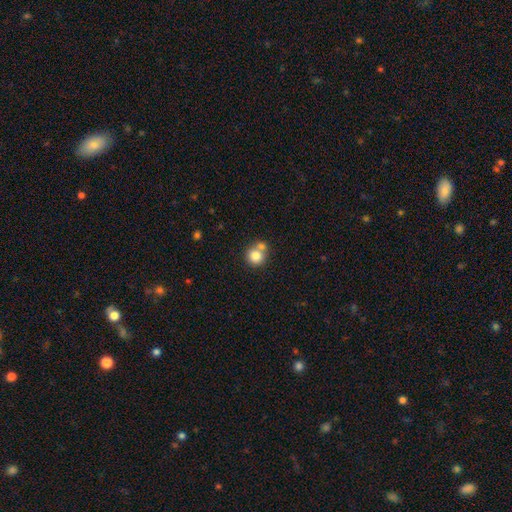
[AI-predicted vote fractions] Smooth or featured?
  - smooth: 81% *
  - star or artifact: 10%
  - featured or disk: 9%
How rounded?
  - round: 90% *
  - in between: 9%
  - cigar-shaped: 1%
Merging?
  - none: 52% *
  - merger: 37%
  - minor disturbance: 8%
  - major disturbance: 3%